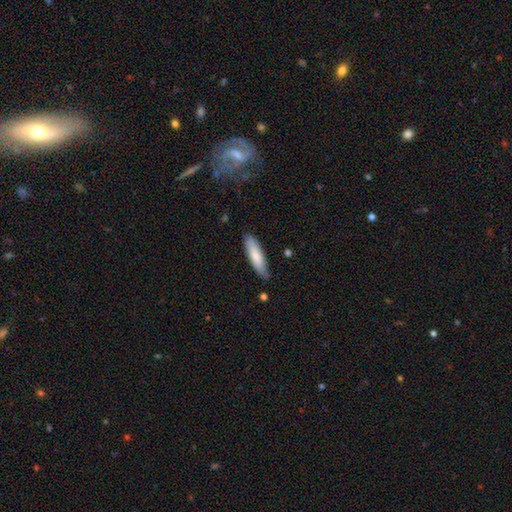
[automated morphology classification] The model was most divided on "how rounded": cigar-shaped: 63%, in between: 35%, round: 1%. More confident: merging — none (80%); smooth or featured — smooth (80%).